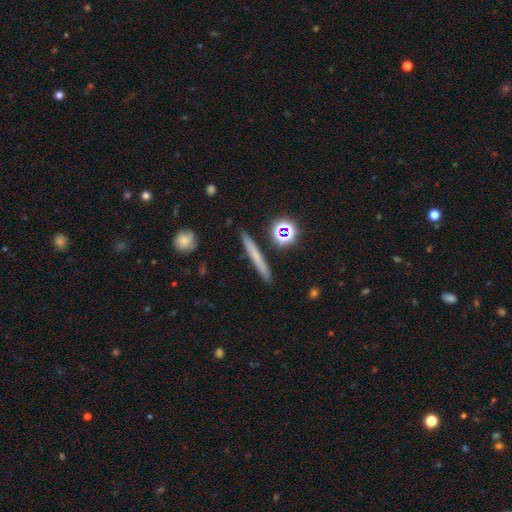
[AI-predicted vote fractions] The model was most divided on "smooth or featured": smooth: 59%, featured or disk: 30%, star or artifact: 11%. More confident: how rounded — cigar-shaped (93%); merging — none (89%).